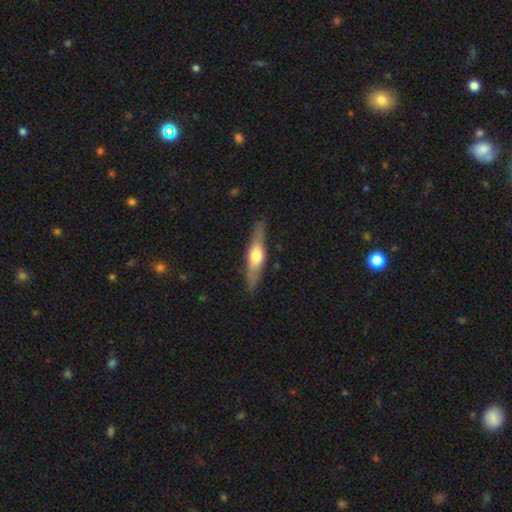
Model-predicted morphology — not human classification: smooth-or-featured: featured or disk: 57% | smooth: 38% | star or artifact: 5%
  disk-edge-on: yes: 91% | no: 9%
    edge-on-bulge: rounded: 90% | boxy: 6% | none: 4%
  merging: none: 85% | minor disturbance: 11% | major disturbance: 3% | merger: 1%